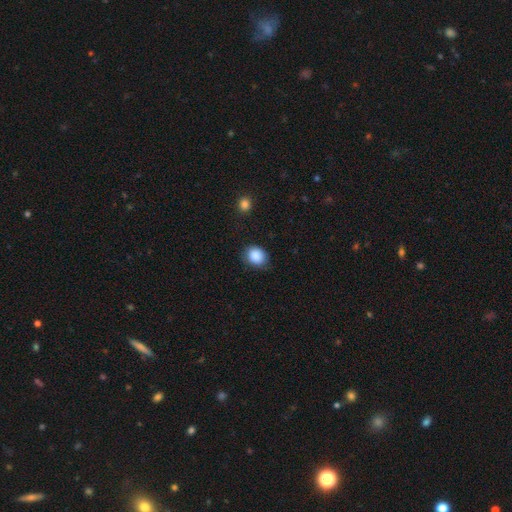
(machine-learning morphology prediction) The model was most divided on "how rounded": round: 60%, in between: 39%, cigar-shaped: 1%. More confident: smooth or featured — smooth (88%); merging — none (78%).